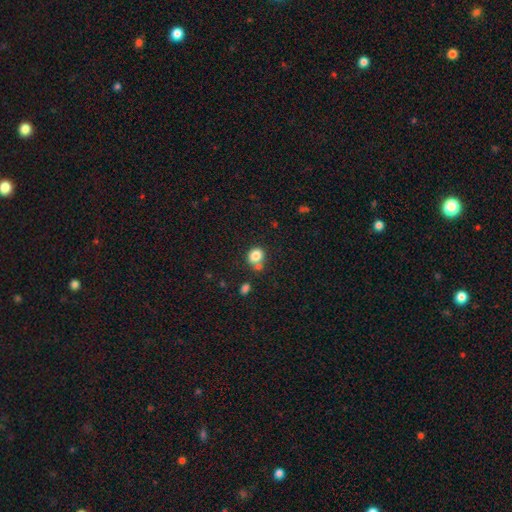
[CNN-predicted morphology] Smooth or featured? smooth (83%)
How rounded? round (65%)
Merging? none (57%)